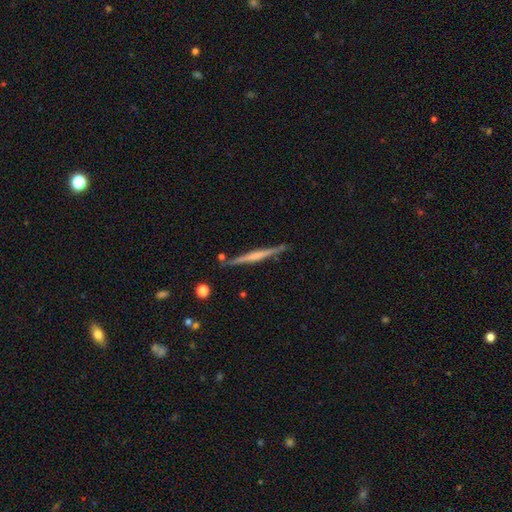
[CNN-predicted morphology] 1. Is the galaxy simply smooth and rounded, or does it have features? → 63% featured or disk, 31% smooth, 6% star or artifact.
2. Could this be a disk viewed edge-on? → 98% yes, 2% no.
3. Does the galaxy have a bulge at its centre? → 47% none, 33% rounded, 20% boxy.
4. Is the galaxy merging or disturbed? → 86% none, 9% minor disturbance, 3% merger, 2% major disturbance.